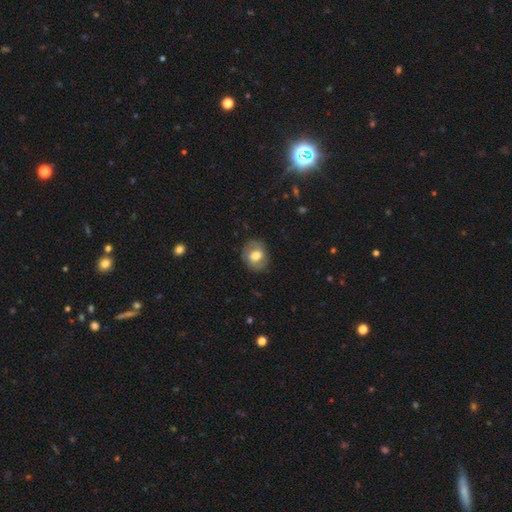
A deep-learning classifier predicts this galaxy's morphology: The model was most divided on "how rounded": round: 56%, in between: 43%, cigar-shaped: 1%. More confident: merging — none (80%); smooth or featured — smooth (58%).